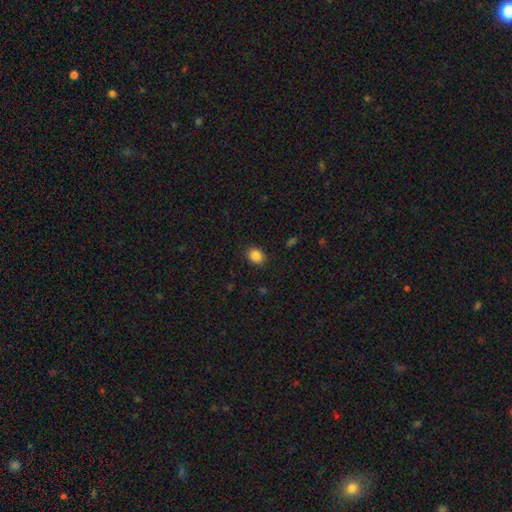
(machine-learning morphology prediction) Overall: smooth (86%). How rounded: round (56%; in between 43%). Merging: none (88%).